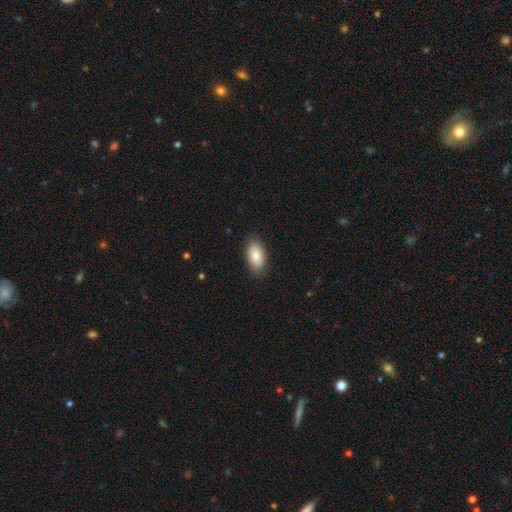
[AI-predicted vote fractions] A smooth galaxy with no disk features (82%) that is in between round and cigar-shaped (93%).

Vote fractions:
- Smooth or featured? smooth: 82% / featured or disk: 12% / star or artifact: 6%
- How rounded? in between: 93% / round: 4% / cigar-shaped: 3%
- Merging? none: 87% / minor disturbance: 10% / major disturbance: 2% / merger: 1%